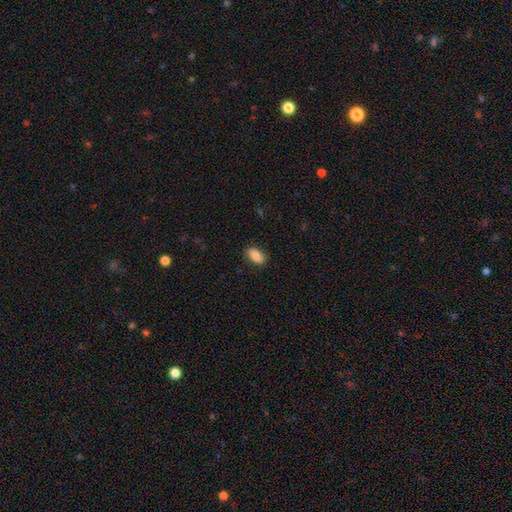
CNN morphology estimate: Smooth or featured?
  - smooth: 83% *
  - featured or disk: 9%
  - star or artifact: 7%
How rounded?
  - in between: 91% *
  - round: 6%
  - cigar-shaped: 3%
Merging?
  - none: 84% *
  - minor disturbance: 12%
  - major disturbance: 3%
  - merger: 1%